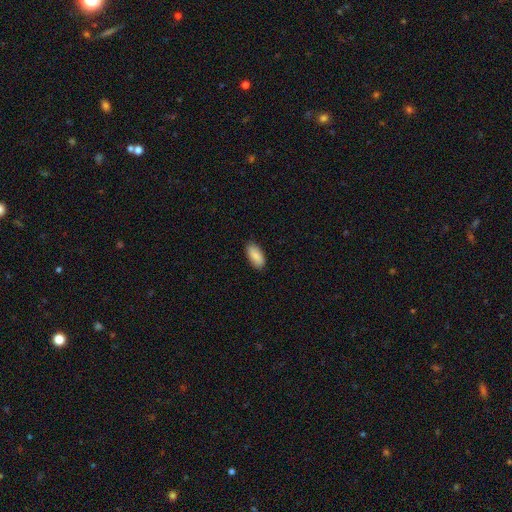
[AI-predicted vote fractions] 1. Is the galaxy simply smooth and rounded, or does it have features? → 88% smooth, 6% featured or disk, 6% star or artifact.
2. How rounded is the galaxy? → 91% in between, 7% cigar-shaped, 2% round.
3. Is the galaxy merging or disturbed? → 88% none, 9% minor disturbance, 2% major disturbance, 1% merger.